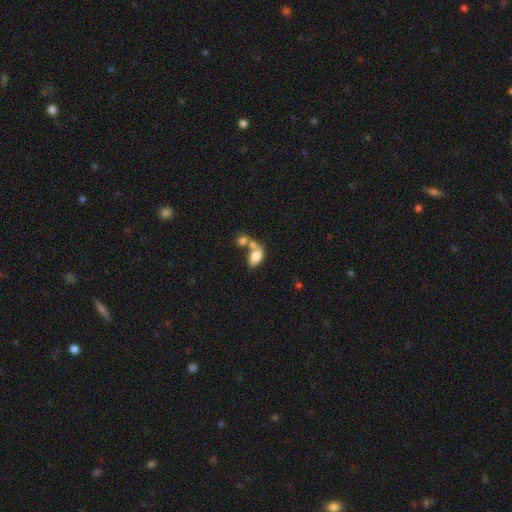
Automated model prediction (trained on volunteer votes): Smooth or featured? Predicted: smooth (p=0.77). How rounded? Predicted: in between (p=0.91). Merging? Predicted: merger (p=0.50).